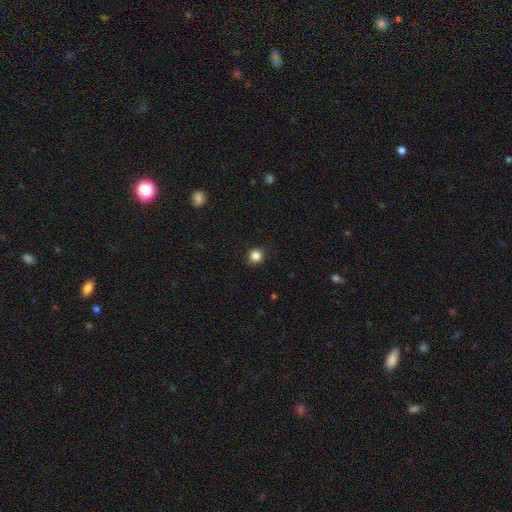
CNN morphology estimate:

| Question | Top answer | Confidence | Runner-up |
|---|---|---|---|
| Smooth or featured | smooth | 85% | star or artifact (11%) |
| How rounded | round | 92% | in between (7%) |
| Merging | none | 90% | minor disturbance (7%) |